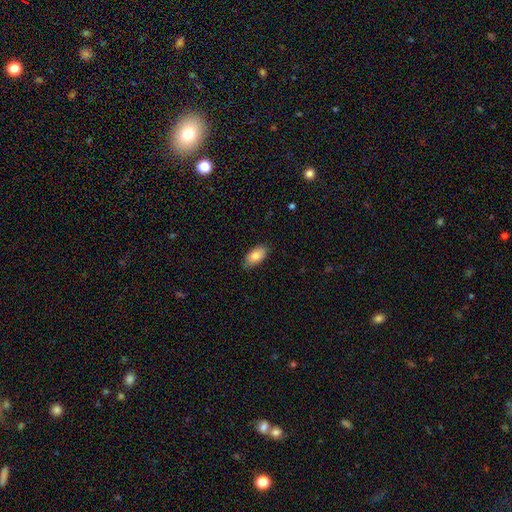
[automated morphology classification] Smooth or featured? Predicted: smooth (p=0.85). How rounded? Predicted: in between (p=0.93). Merging? Predicted: none (p=0.81).